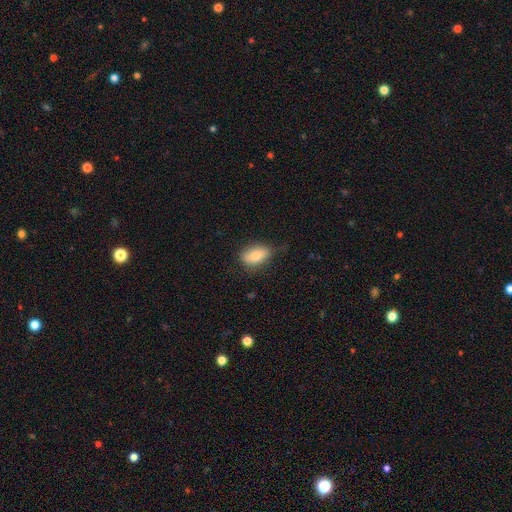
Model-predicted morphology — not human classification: smooth 81%, featured or disk 12%, star or artifact 8%. Down the decision tree: how rounded — in between (89%); merging — none (70%).